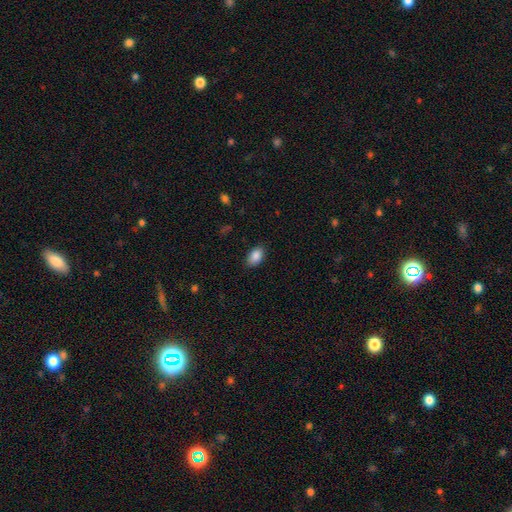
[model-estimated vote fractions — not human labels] smooth_or_featured: smooth (p=0.88) [alt: star or artifact p=0.08]
how_rounded: in between (p=0.91) [alt: round p=0.08]
merging: none (p=0.86) [alt: minor disturbance p=0.11]